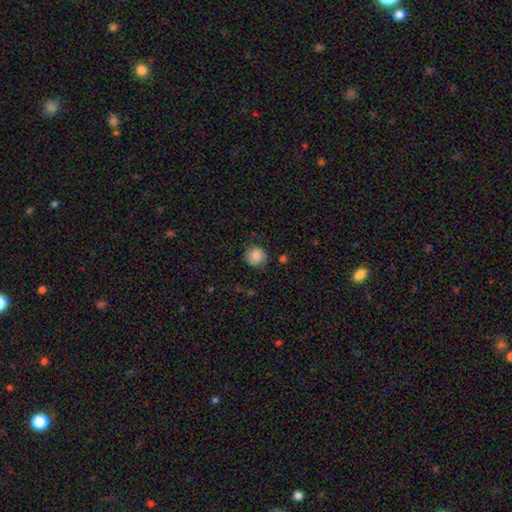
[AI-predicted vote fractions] This is clearly a smooth galaxy (83%). How rounded: clearly round (89%). Merging: likely none (79%).